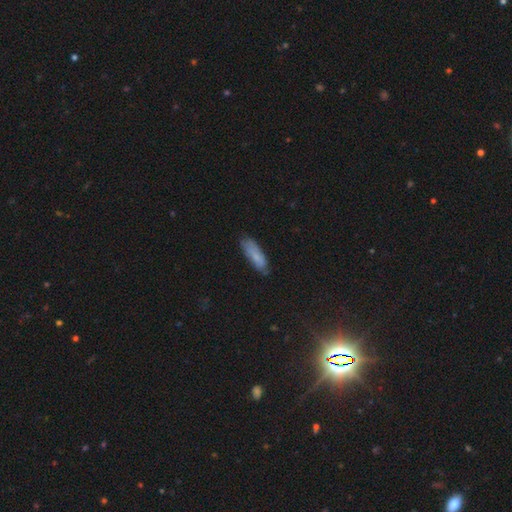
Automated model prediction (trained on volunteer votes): Smooth or featured?
  - smooth: 72% *
  - featured or disk: 20%
  - star or artifact: 8%
How rounded?
  - in between: 53% *
  - cigar-shaped: 46%
  - round: 2%
Merging?
  - none: 70% *
  - minor disturbance: 23%
  - major disturbance: 5%
  - merger: 2%